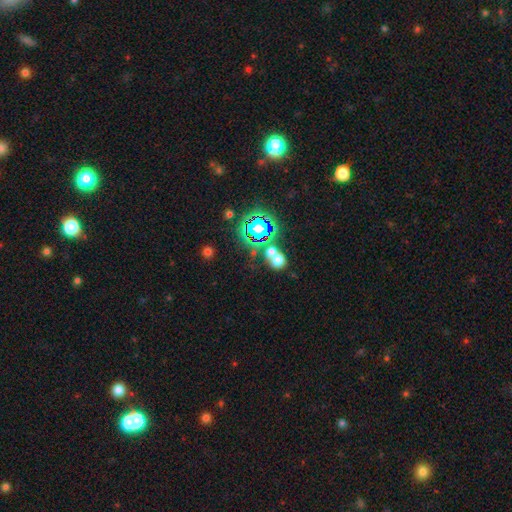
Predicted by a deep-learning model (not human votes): Overall: star or artifact (74%).